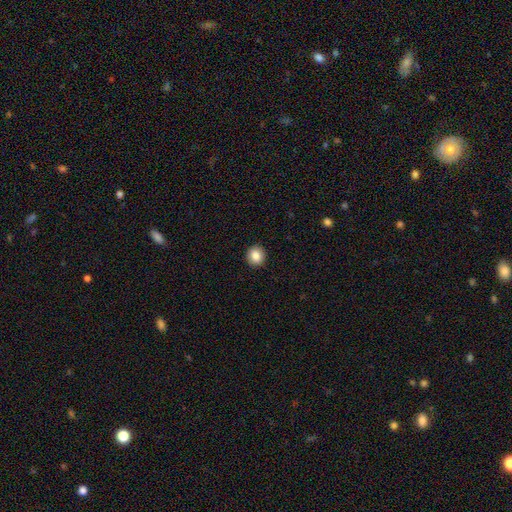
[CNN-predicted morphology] Smooth or featured? Predicted: smooth (p=0.85). How rounded? Predicted: round (p=0.89). Merging? Predicted: none (p=0.93).